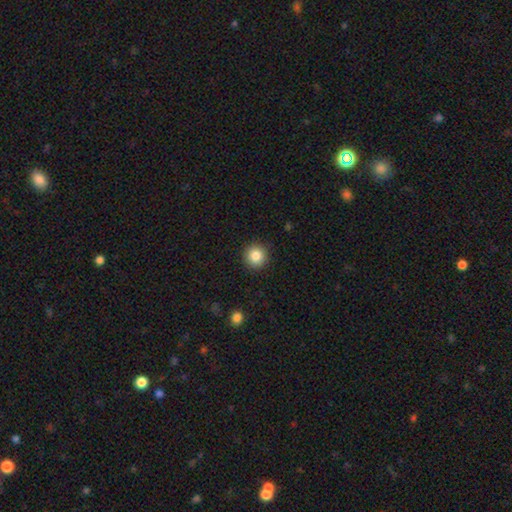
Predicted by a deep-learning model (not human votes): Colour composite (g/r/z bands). It shows a smooth galaxy with no disk features (85%) that is round (94%). Merging: none (91%).